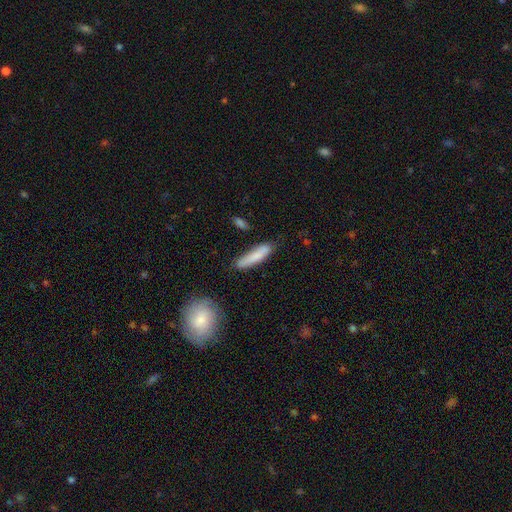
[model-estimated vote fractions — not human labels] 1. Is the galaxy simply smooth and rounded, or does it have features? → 80% smooth, 14% featured or disk, 6% star or artifact.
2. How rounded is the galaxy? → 81% cigar-shaped, 17% in between, 2% round.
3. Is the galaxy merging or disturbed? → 72% none, 20% minor disturbance, 4% major disturbance, 4% merger.